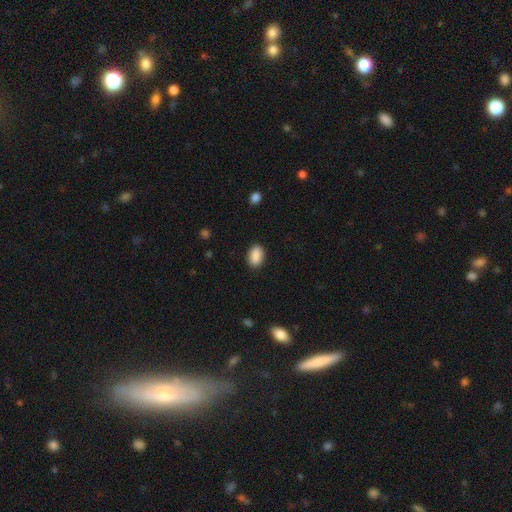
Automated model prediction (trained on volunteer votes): Smooth or featured?
  - smooth: 89% *
  - star or artifact: 7%
  - featured or disk: 4%
How rounded?
  - in between: 90% *
  - round: 8%
  - cigar-shaped: 2%
Merging?
  - none: 88% *
  - minor disturbance: 9%
  - major disturbance: 2%
  - merger: 1%